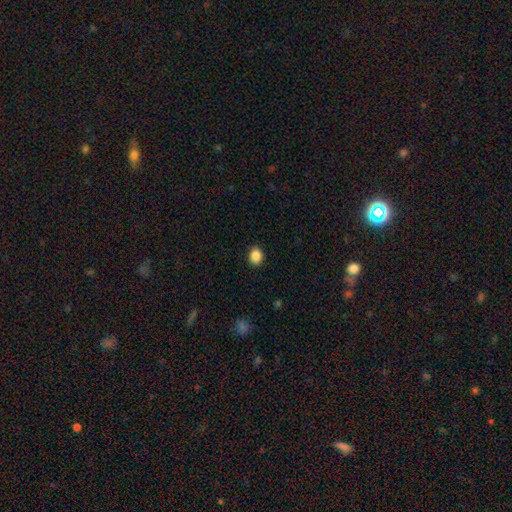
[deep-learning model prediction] Smooth or featured? smooth (88%)
How rounded? round (51%)
Merging? none (90%)